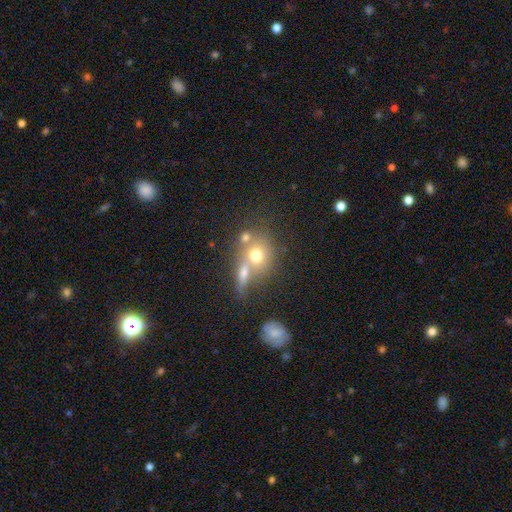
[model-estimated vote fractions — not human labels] Q: Smooth or featured?
A: smooth (66%); runner-up: featured or disk (21%)
Q: How rounded?
A: round (70%); runner-up: in between (27%)
Q: Merging?
A: merger (42%); runner-up: none (41%)